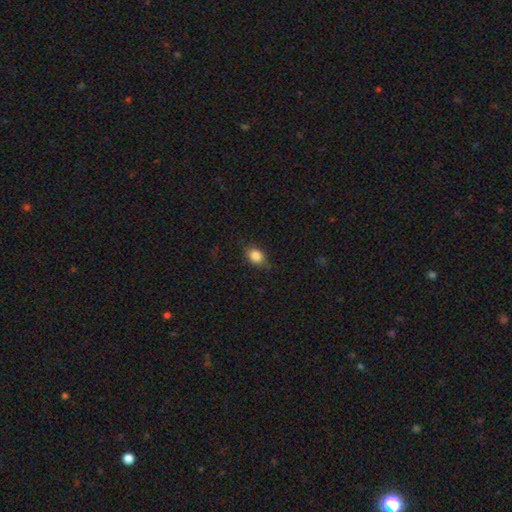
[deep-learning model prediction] Smooth or featured? Predicted: smooth (p=0.85). How rounded? Predicted: in between (p=0.63). Merging? Predicted: none (p=0.76).